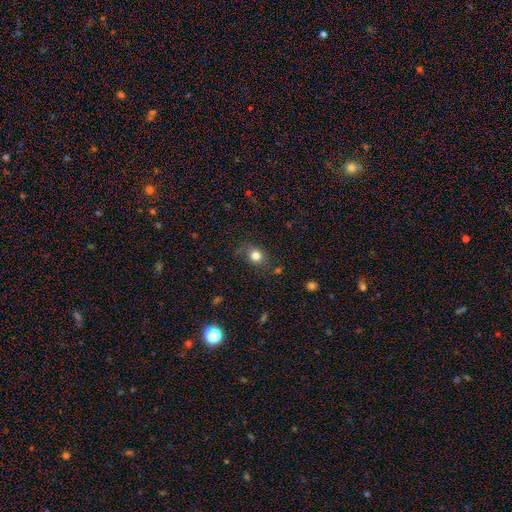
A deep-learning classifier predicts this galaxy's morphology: Smooth or featured? smooth (80%)
How rounded? round (61%)
Merging? none (72%)